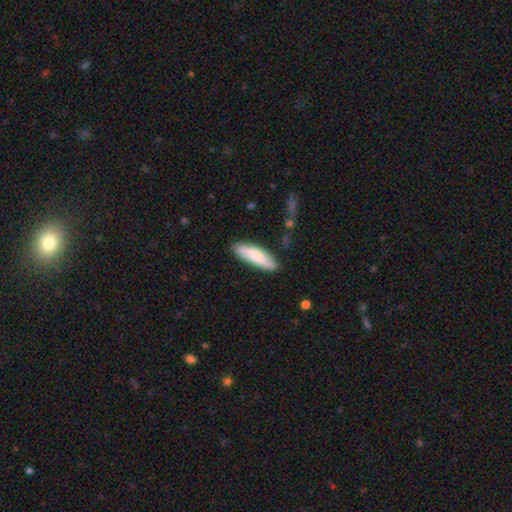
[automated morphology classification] A smooth galaxy with no disk features (70%) that is cigar-shaped (57%).

Vote fractions:
- Smooth or featured? smooth: 70% / featured or disk: 24% / star or artifact: 5%
- How rounded? cigar-shaped: 57% / in between: 41% / round: 2%
- Merging? none: 83% / minor disturbance: 13% / major disturbance: 2% / merger: 2%